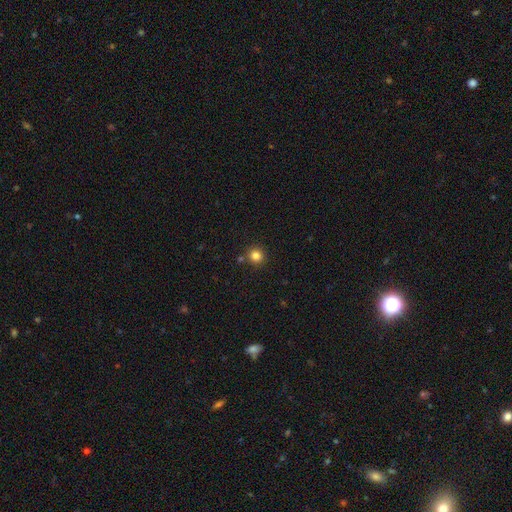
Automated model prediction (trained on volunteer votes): This appears to be a smooth galaxy with no disk features (82%) that is round (93%). Merging: none (85%).